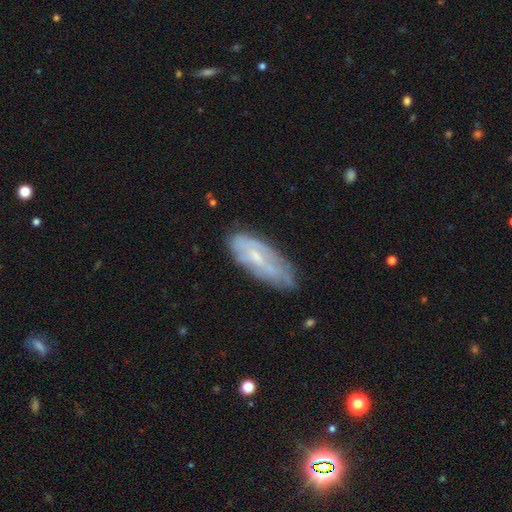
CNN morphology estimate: Smooth or featured: featured or disk — 55% (smooth — 38%)
Edge-on disk: no — 80% (yes — 20%)
Merging: none — 65% (minor disturbance — 25%)